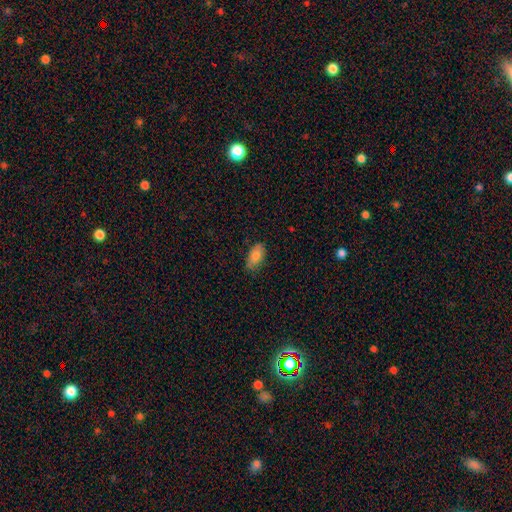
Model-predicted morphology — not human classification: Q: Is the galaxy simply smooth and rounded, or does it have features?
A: smooth — 81%.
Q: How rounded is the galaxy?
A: in between — 91%.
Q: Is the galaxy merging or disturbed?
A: none — 79%.